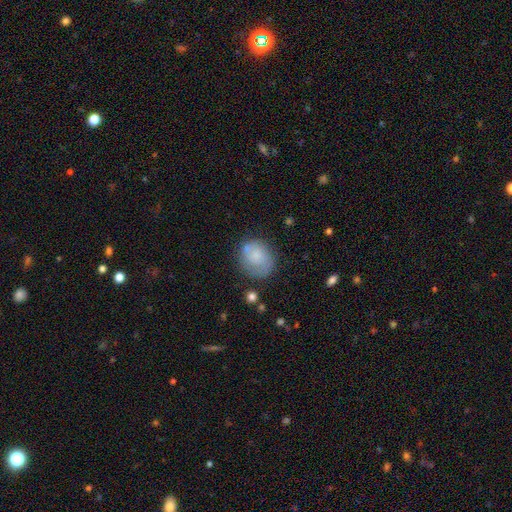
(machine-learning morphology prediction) Smooth or featured: smooth — 68% (featured or disk — 24%)
How rounded: round — 61% (in between — 38%)
Merging: none — 60% (minor disturbance — 23%)